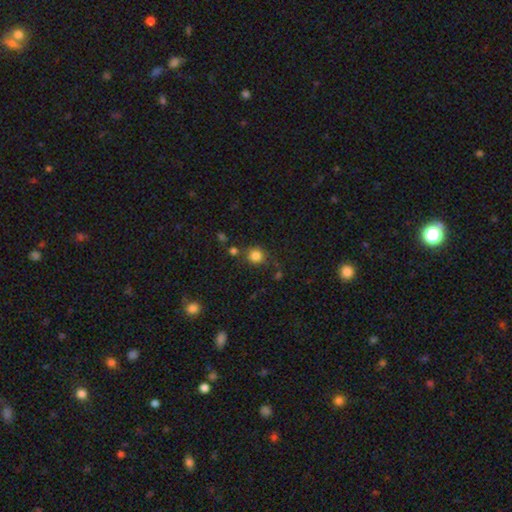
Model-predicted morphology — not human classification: smooth-or-featured: smooth: 82% | star or artifact: 12% | featured or disk: 5%
  how-rounded: round: 86% | in between: 13% | cigar-shaped: 1%
  merging: none: 73% | minor disturbance: 13% | merger: 9% | major disturbance: 5%